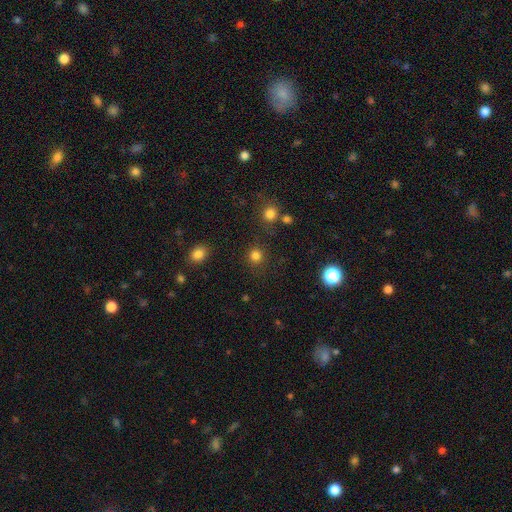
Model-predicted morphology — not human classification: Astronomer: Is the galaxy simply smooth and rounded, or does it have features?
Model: smooth — 81%.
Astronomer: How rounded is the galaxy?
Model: round — 91%.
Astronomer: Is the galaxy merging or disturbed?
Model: none — 86%.